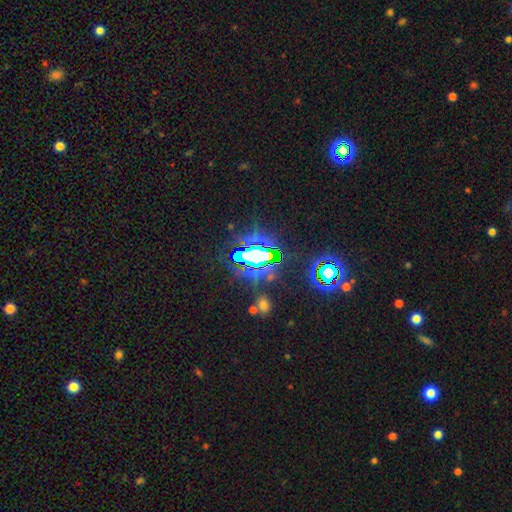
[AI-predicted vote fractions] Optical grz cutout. It shows a star or artifact, not a galaxy (70%).